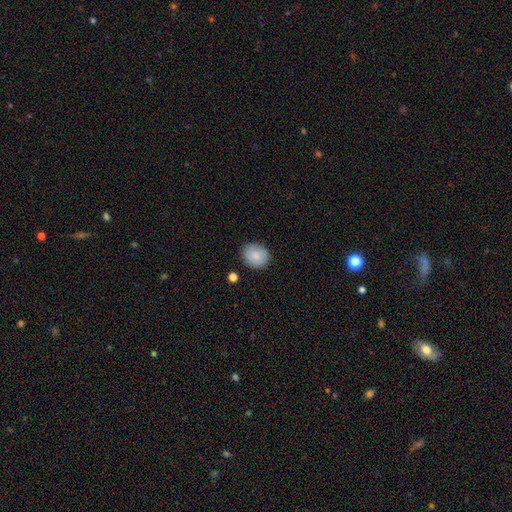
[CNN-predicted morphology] Smooth or featured? smooth (86%)
How rounded? round (69%)
Merging? none (83%)